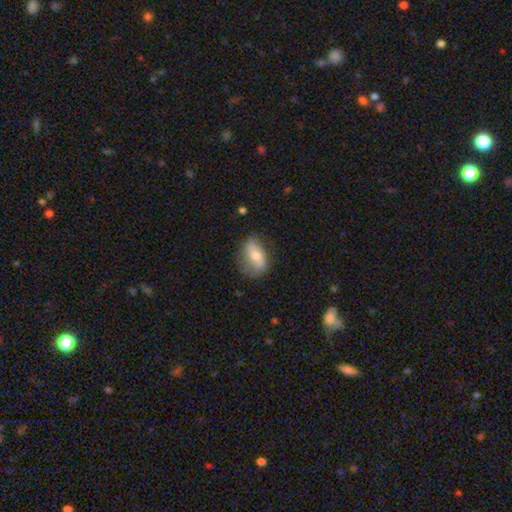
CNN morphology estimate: Smooth or featured: smooth — 47% (featured or disk — 46%)
Merging: none — 63% (minor disturbance — 26%)